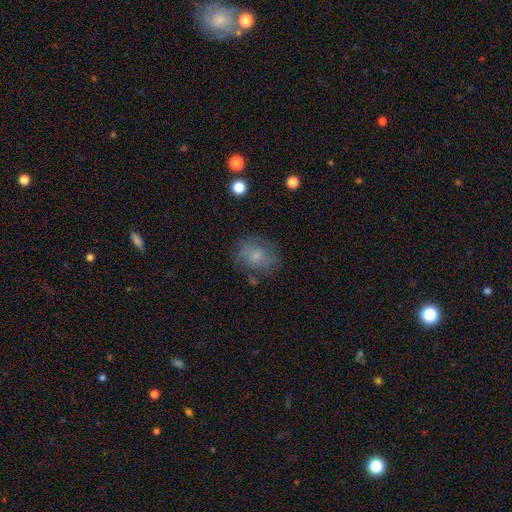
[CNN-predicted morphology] Smooth or featured? Predicted: smooth (p=0.58). How rounded? Predicted: round (p=0.55). Merging? Predicted: none (p=0.64).